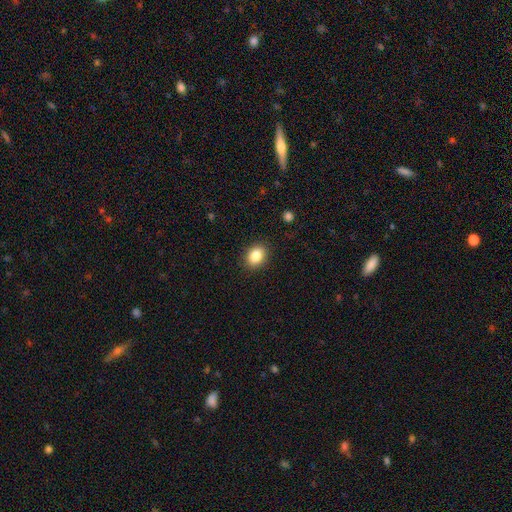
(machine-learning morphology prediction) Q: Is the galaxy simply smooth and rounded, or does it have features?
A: smooth — 86%.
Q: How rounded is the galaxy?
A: in between — 60%.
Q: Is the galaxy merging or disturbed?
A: none — 89%.